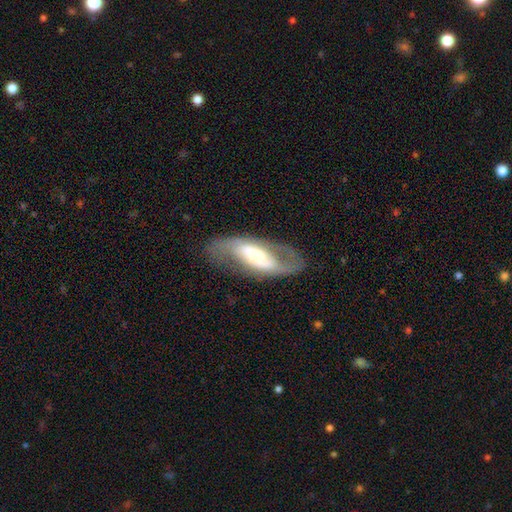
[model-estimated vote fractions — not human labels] A featured or disk galaxy (75%) with a strong bar (40%), 2 (85%) medium (43%) spiral arms (81%) and a moderate central bulge (43%).

Vote fractions:
- Smooth or featured? featured or disk: 75% / smooth: 19% / star or artifact: 6%
- Edge-on disk? no: 89% / yes: 11%
- Bar? strong: 40% / weak: 30% / no: 30%
- Spiral arms? yes: 81% / no: 19%
- Spiral winding? medium: 43% / loose: 38% / tight: 19%
- Spiral arm count? 2: 85% / can't tell: 8% / 1: 4% / 3: 1% / 4: 1% / more than 4: 1%
- Bulge size? moderate: 43% / small: 34% / large: 17% / dominant: 3% / none: 2%
- Merging? none: 74% / minor disturbance: 15% / major disturbance: 10% / merger: 2%